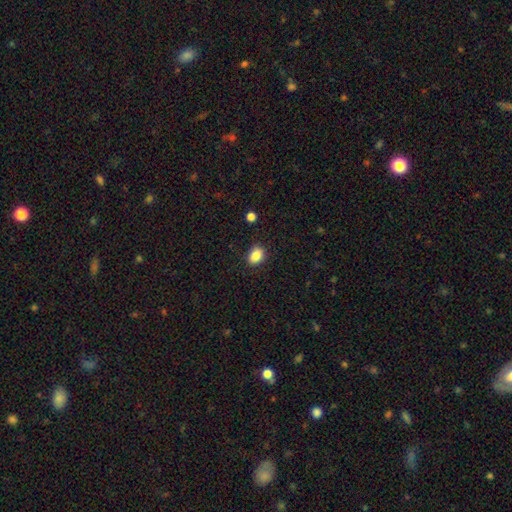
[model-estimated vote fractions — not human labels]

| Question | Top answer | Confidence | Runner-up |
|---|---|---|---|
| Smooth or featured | smooth | 86% | star or artifact (9%) |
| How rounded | in between | 74% | round (25%) |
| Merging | none | 85% | minor disturbance (11%) |